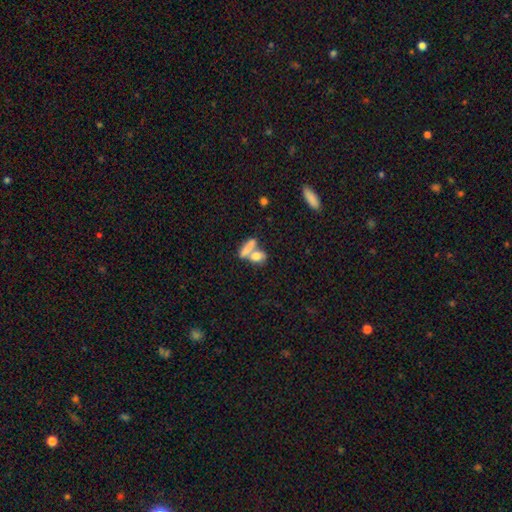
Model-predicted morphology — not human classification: A smooth galaxy with no disk features (75%) that is in between round and cigar-shaped (62%).

Vote fractions:
- Smooth or featured? smooth: 75% / featured or disk: 16% / star or artifact: 9%
- How rounded? in between: 62% / cigar-shaped: 19% / round: 19%
- Merging? merger: 52% / none: 34% / minor disturbance: 9% / major disturbance: 5%